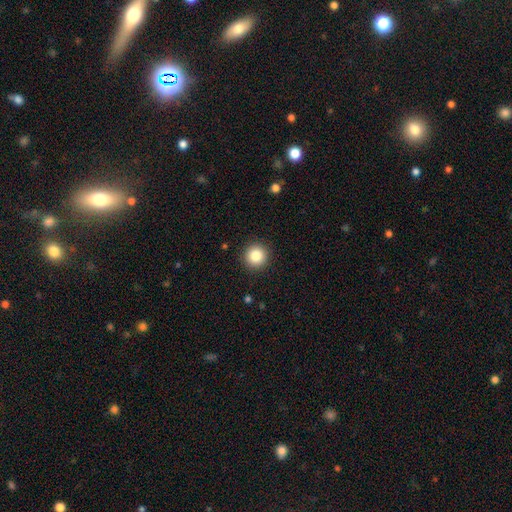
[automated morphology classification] This is clearly a smooth galaxy (84%). How rounded: clearly round (95%). Merging: clearly none (92%).